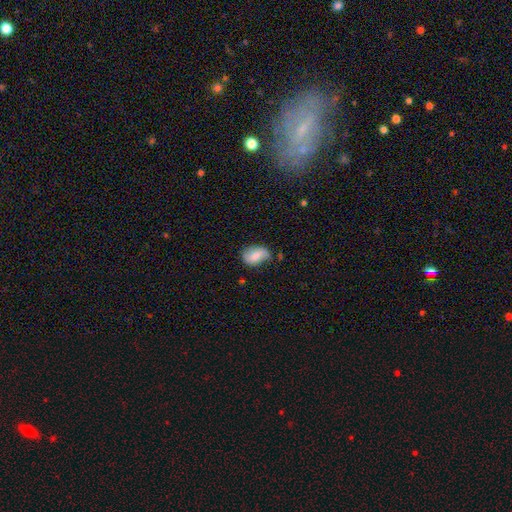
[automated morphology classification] smooth_or_featured: smooth (p=0.59) [alt: featured or disk p=0.33]
how_rounded: in between (p=0.82) [alt: round p=0.16]
merging: none (p=0.58) [alt: minor disturbance p=0.31]